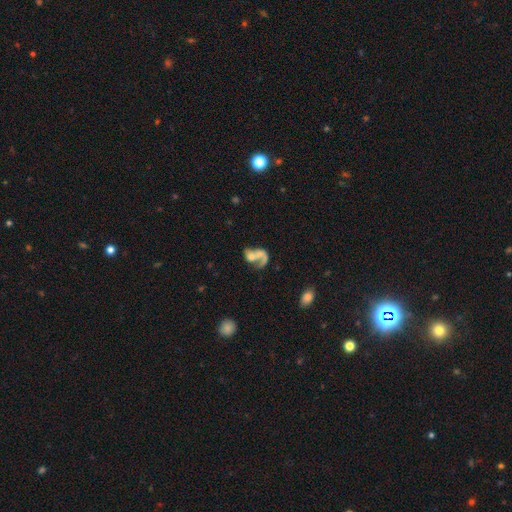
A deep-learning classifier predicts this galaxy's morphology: Q: Smooth or featured?
A: featured or disk (57%); runner-up: smooth (33%)
Q: Edge-on disk?
A: no (97%); runner-up: yes (3%)
Q: Bar?
A: no (75%); runner-up: weak (19%)
Q: Spiral arms?
A: yes (61%); runner-up: no (39%)
Q: Bulge size?
A: none (32%); runner-up: small (28%)
Q: Merging?
A: merger (48%); runner-up: major disturbance (24%)